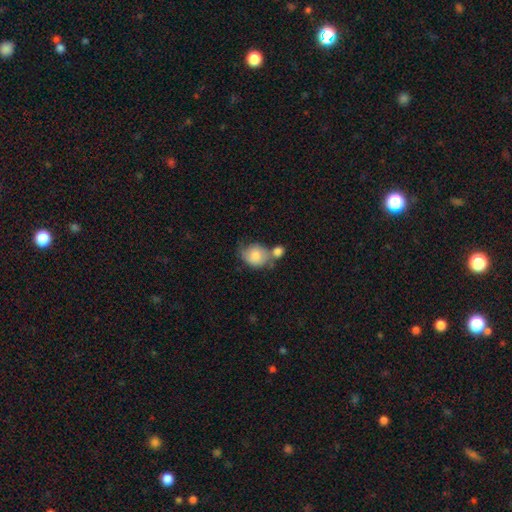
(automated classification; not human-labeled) smooth_or_featured: smooth (p=0.75) [alt: featured or disk p=0.18]
how_rounded: round (p=0.63) [alt: in between p=0.36]
merging: merger (p=0.44) [alt: none p=0.29]